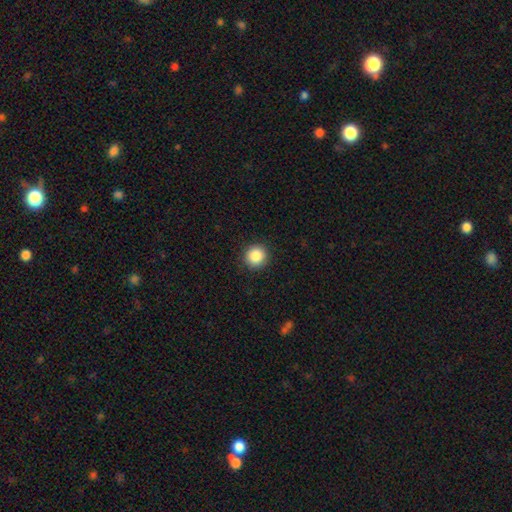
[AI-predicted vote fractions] Smooth or featured? smooth (87%)
How rounded? round (94%)
Merging? none (92%)